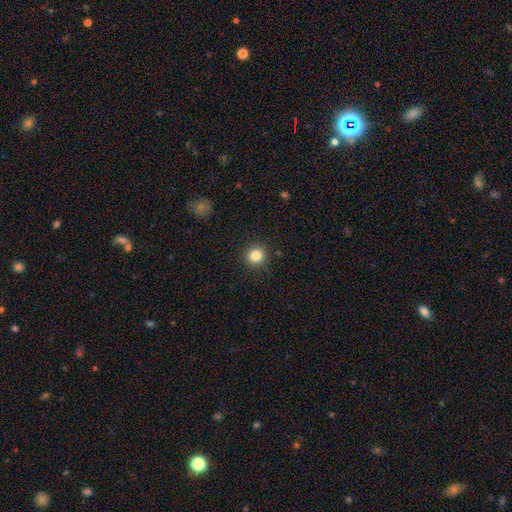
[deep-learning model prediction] Smooth or featured?
  - smooth: 84% *
  - star or artifact: 11%
  - featured or disk: 5%
How rounded?
  - round: 94% *
  - in between: 5%
  - cigar-shaped: 1%
Merging?
  - none: 92% *
  - minor disturbance: 5%
  - major disturbance: 2%
  - merger: 1%